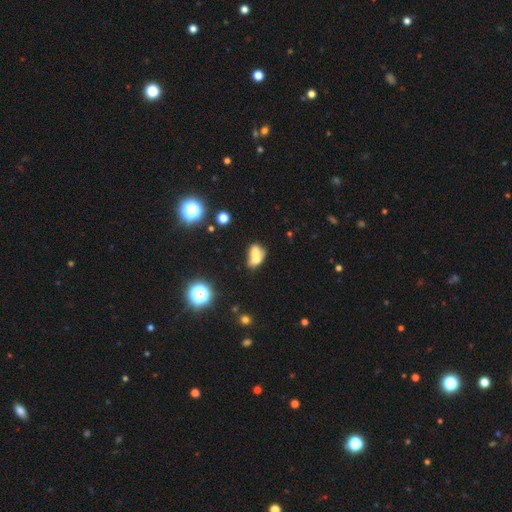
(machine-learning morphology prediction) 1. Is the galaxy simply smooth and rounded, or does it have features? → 64% smooth, 23% featured or disk, 13% star or artifact.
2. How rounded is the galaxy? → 64% in between, 34% round, 2% cigar-shaped.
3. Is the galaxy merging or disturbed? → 67% merger, 20% none, 8% minor disturbance, 5% major disturbance.